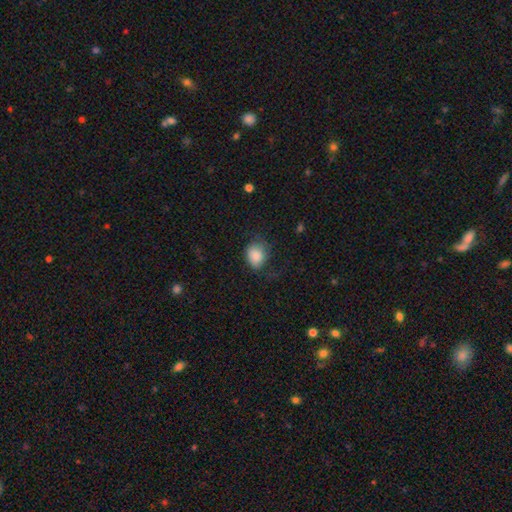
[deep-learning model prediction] Smooth or featured? smooth (83%)
How rounded? round (50%)
Merging? none (52%)